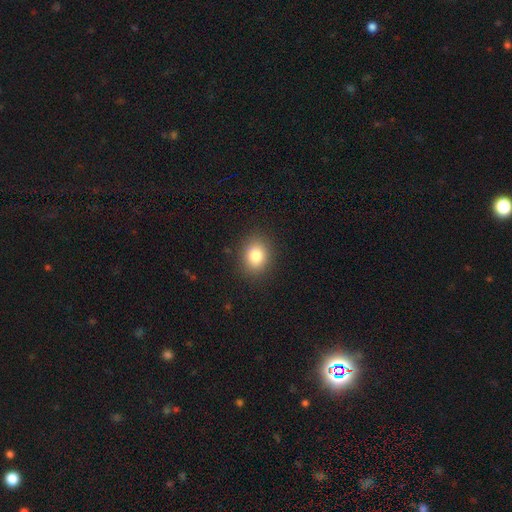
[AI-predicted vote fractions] Q: Smooth or featured?
A: smooth (81%); runner-up: star or artifact (11%)
Q: How rounded?
A: round (60%); runner-up: in between (39%)
Q: Merging?
A: none (88%); runner-up: minor disturbance (8%)